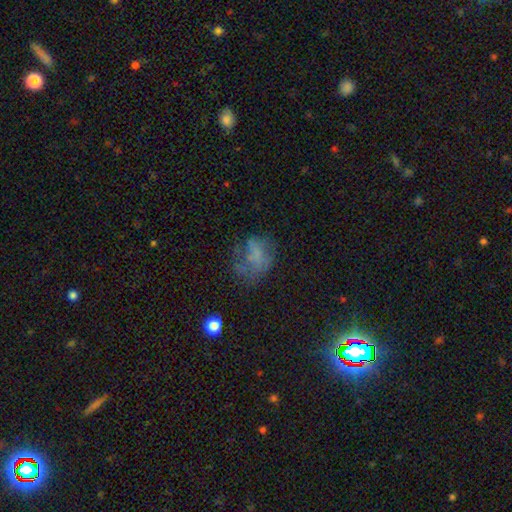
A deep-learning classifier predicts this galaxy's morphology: Smooth or featured? smooth (40%)
Merging? none (41%)